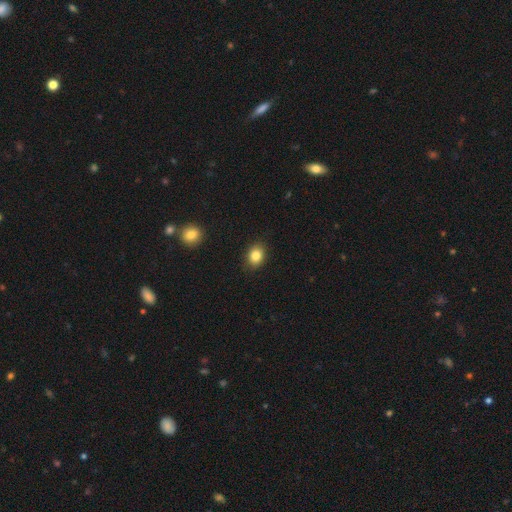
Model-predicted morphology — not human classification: This is clearly a smooth galaxy (84%). How rounded: possibly in between (57%). Merging: clearly none (88%).